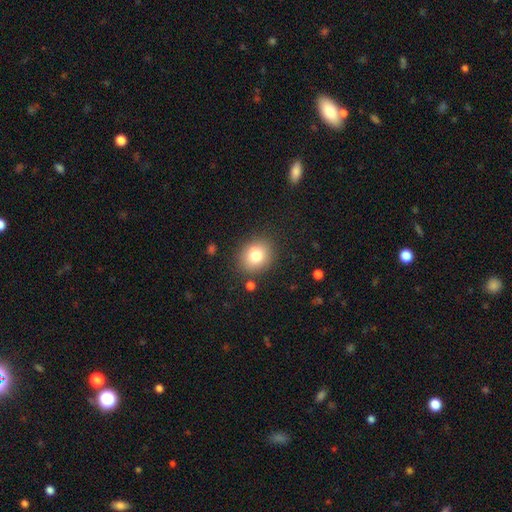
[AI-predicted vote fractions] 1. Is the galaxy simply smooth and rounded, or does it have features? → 77% smooth, 12% featured or disk, 11% star or artifact.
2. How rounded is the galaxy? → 68% round, 31% in between, 1% cigar-shaped.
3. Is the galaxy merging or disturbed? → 80% none, 12% minor disturbance, 5% merger, 4% major disturbance.